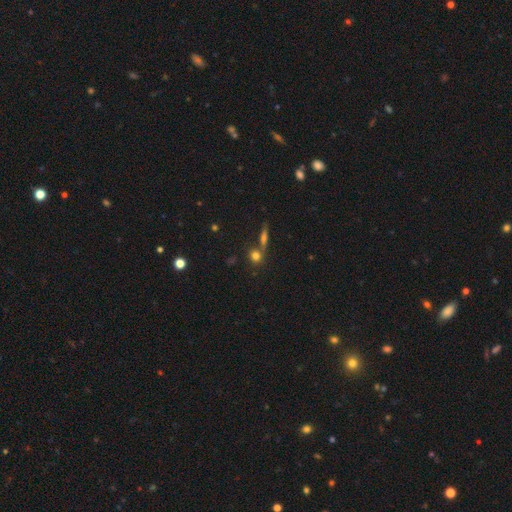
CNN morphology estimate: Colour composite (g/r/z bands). It shows a smooth galaxy with no disk features (71%) that is round (79%). Merging: none (64%).